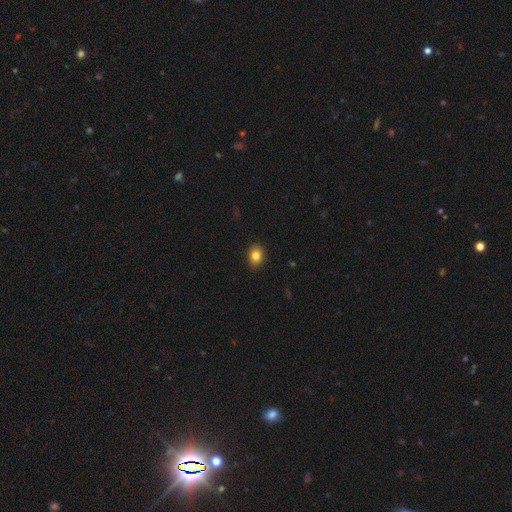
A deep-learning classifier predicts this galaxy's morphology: Smooth or featured? smooth (84%)
How rounded? in between (54%)
Merging? none (90%)